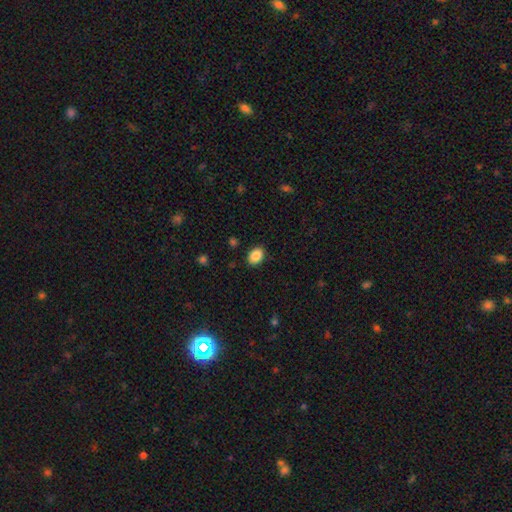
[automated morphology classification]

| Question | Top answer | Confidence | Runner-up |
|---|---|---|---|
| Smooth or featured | smooth | 88% | star or artifact (8%) |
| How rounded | in between | 74% | round (25%) |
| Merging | none | 87% | minor disturbance (9%) |